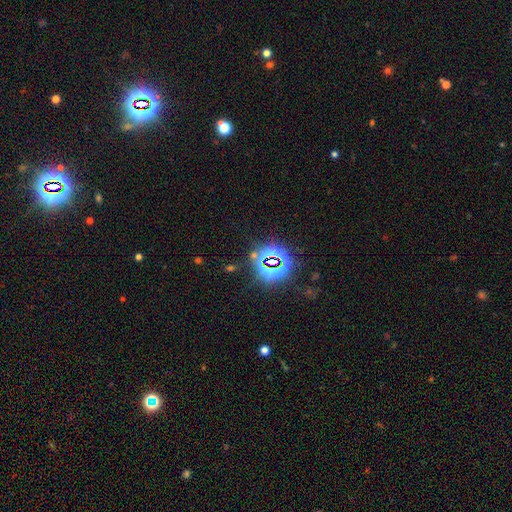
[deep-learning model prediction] star or artifact 80%, smooth 12%, featured or disk 8%.